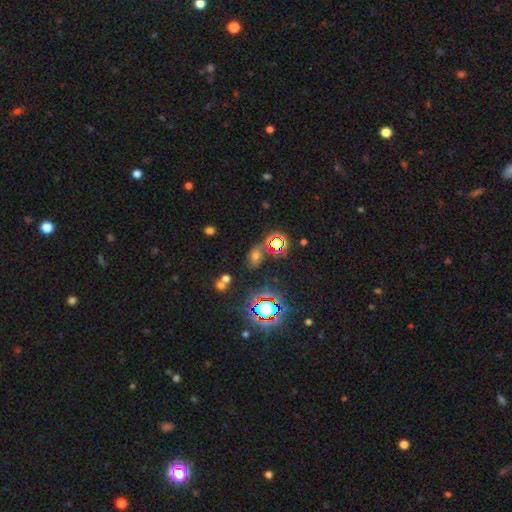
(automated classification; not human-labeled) smooth_or_featured: smooth (p=0.45) [alt: star or artifact p=0.44]
merging: none (p=0.70) [alt: minor disturbance p=0.13]